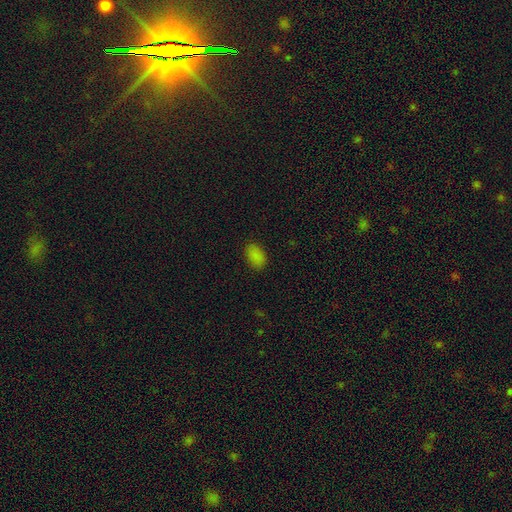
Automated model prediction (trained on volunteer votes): A smooth galaxy with no disk features (85%) that is in between round and cigar-shaped (91%).

Vote fractions:
- Smooth or featured? smooth: 85% / star or artifact: 12% / featured or disk: 3%
- How rounded? in between: 91% / round: 8% / cigar-shaped: 1%
- Merging? none: 85% / minor disturbance: 11% / major disturbance: 3% / merger: 1%